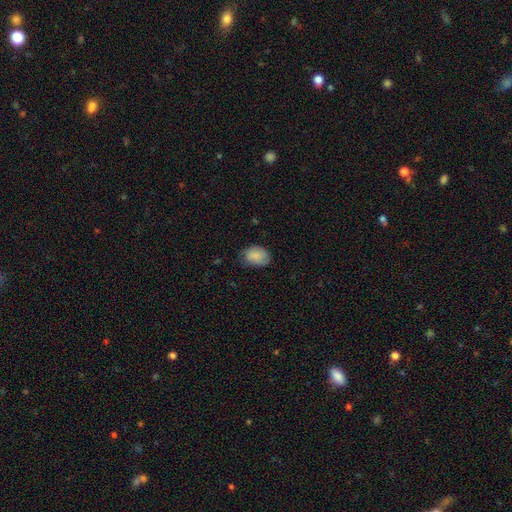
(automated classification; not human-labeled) Q: Smooth or featured?
A: smooth (85%); runner-up: featured or disk (8%)
Q: How rounded?
A: in between (76%); runner-up: round (23%)
Q: Merging?
A: none (67%); runner-up: minor disturbance (26%)